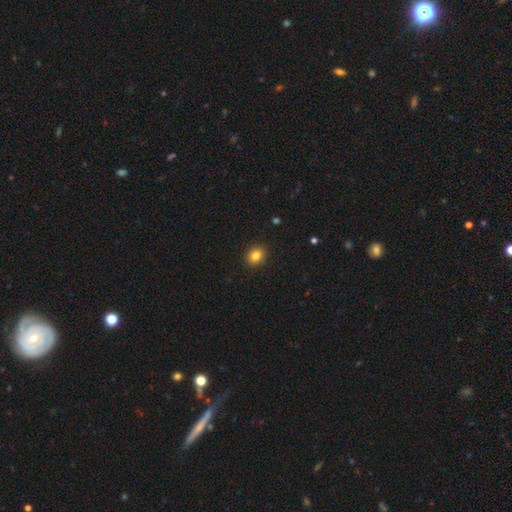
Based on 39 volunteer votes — smooth-or-featured: smooth: 85% | featured or disk: 15% | star or artifact: 0%
  how-rounded: round: 67% | in between: 30% | cigar-shaped: 3%
  merging: none: 92% | minor disturbance: 8% | major disturbance: 0% | merger: 0%